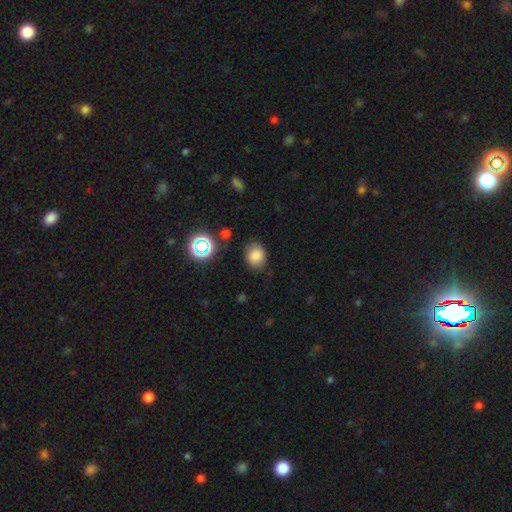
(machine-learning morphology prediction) This appears to be a smooth galaxy with no disk features (79%) that is round (60%). Merging: none (79%).